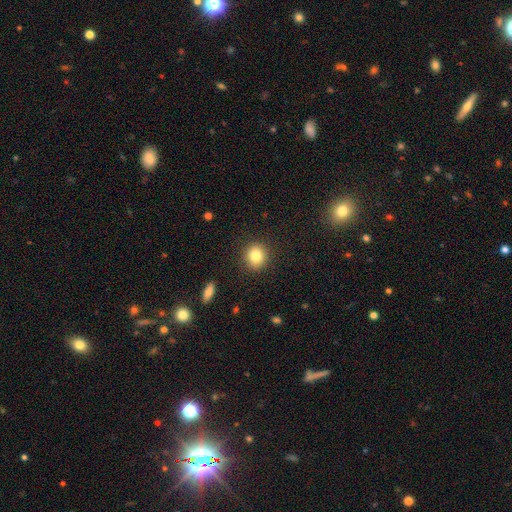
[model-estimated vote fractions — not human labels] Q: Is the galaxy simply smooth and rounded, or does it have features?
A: smooth — 82%.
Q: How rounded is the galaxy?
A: round — 84%.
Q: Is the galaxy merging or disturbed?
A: none — 90%.